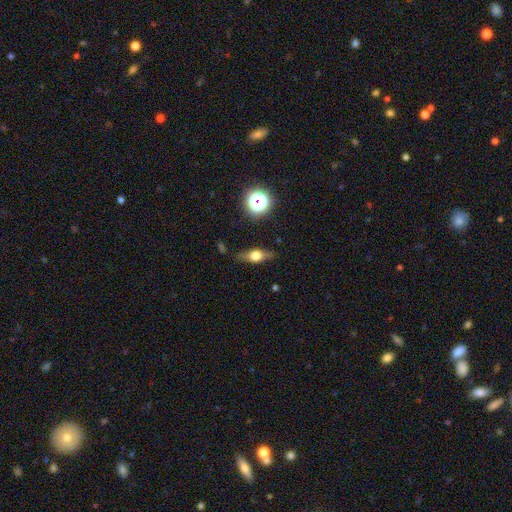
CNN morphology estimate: smooth-or-featured: smooth: 47% | featured or disk: 43% | star or artifact: 10%
  merging: none: 81% | minor disturbance: 13% | major disturbance: 4% | merger: 2%